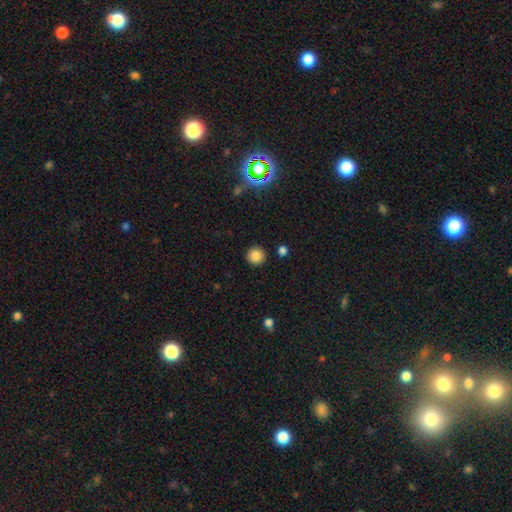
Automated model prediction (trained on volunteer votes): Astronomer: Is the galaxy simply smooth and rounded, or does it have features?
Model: smooth — 84%.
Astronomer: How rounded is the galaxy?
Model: round — 93%.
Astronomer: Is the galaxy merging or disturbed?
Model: none — 90%.